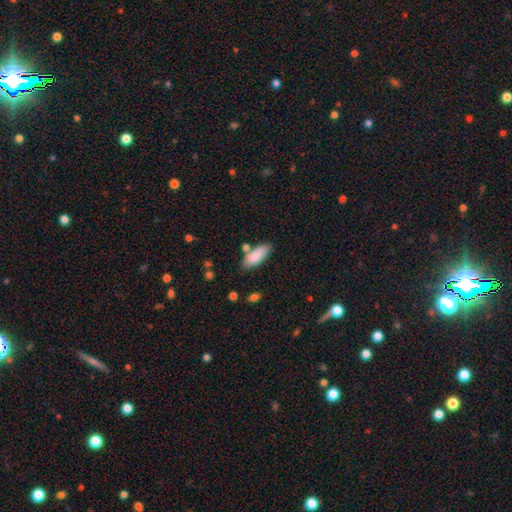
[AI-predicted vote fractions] Smooth or featured? smooth (86%)
How rounded? in between (78%)
Merging? none (73%)